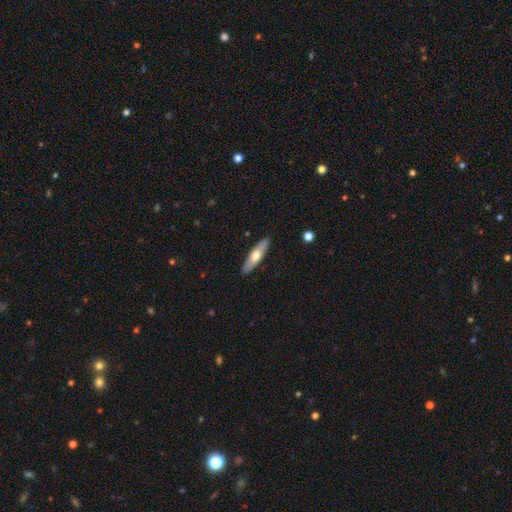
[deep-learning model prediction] This appears to be a smooth galaxy with no disk features (56%) that is cigar-shaped (68%). Merging: none (89%).